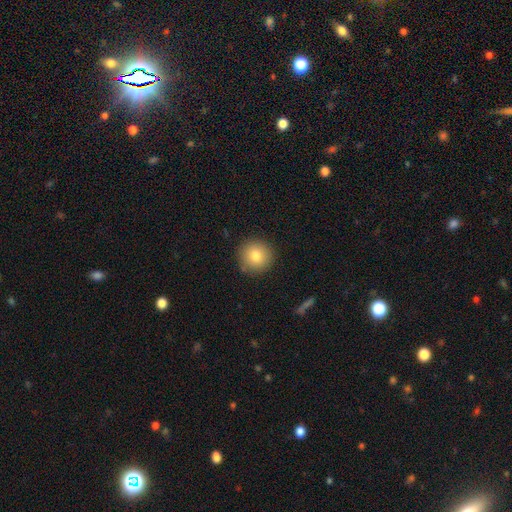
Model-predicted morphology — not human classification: This is clearly a smooth galaxy (81%). How rounded: clearly round (95%). Merging: clearly none (89%).